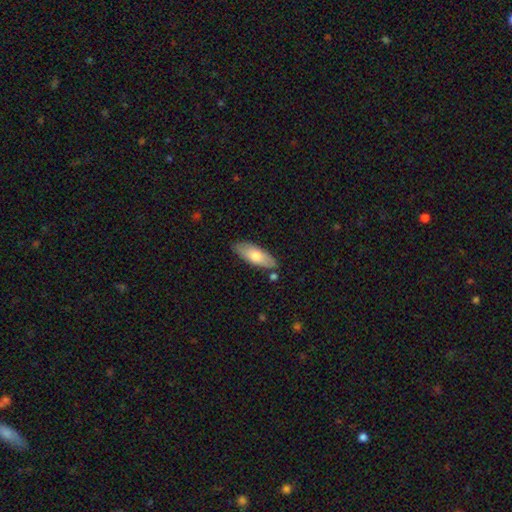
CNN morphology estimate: This appears to be a smooth galaxy with no disk features (69%) that is in between round and cigar-shaped (69%). Merging: none (81%).